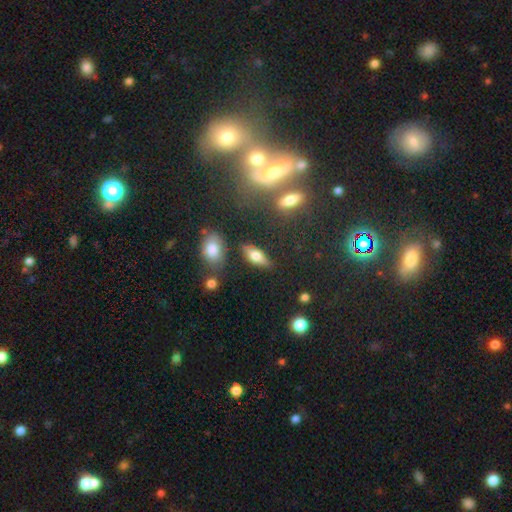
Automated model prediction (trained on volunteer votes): smooth_or_featured: smooth (p=0.66) [alt: featured or disk p=0.25]
how_rounded: in between (p=0.75) [alt: cigar-shaped p=0.21]
merging: none (p=0.79) [alt: minor disturbance p=0.13]